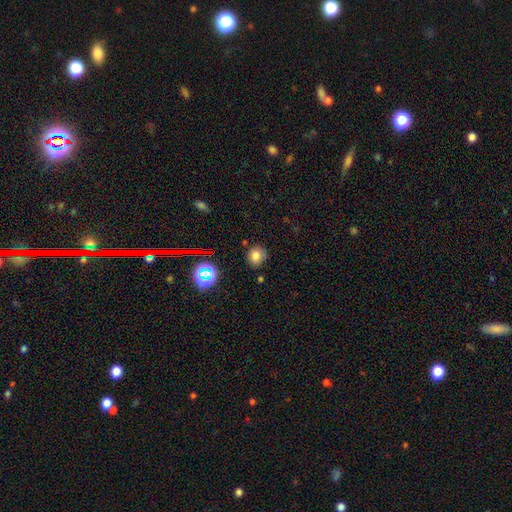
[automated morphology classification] Smooth or featured: smooth — 75% (star or artifact — 17%)
How rounded: round — 74% (in between — 25%)
Merging: none — 79% (minor disturbance — 14%)